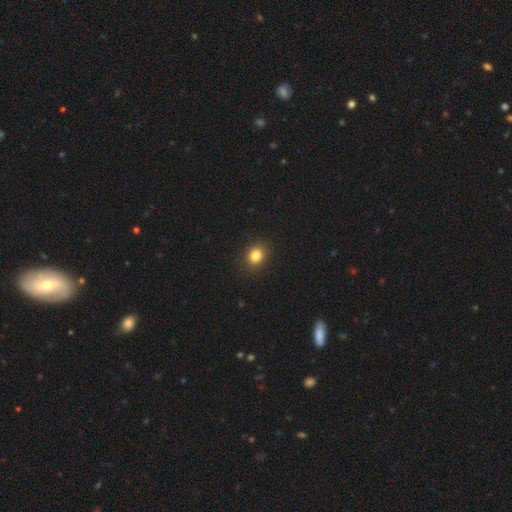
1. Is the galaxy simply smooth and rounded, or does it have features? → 92% smooth, 8% star or artifact, 0% featured or disk.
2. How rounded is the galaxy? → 67% round, 33% in between, 0% cigar-shaped.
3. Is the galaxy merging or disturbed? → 86% none, 14% minor disturbance, 0% major disturbance, 0% merger.